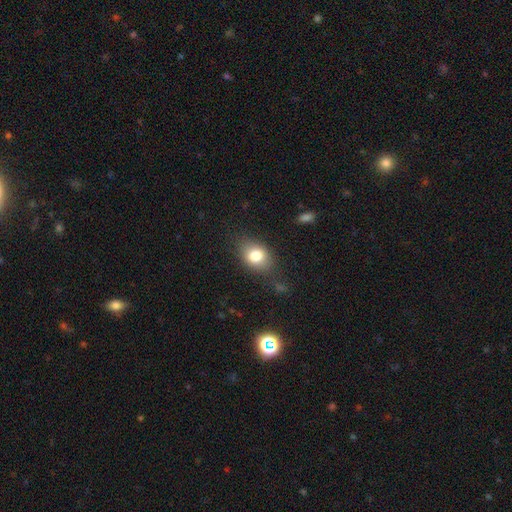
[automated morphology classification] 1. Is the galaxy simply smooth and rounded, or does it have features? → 78% smooth, 12% featured or disk, 10% star or artifact.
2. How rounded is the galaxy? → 66% in between, 32% round, 2% cigar-shaped.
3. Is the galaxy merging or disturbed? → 75% none, 17% minor disturbance, 6% major disturbance, 2% merger.